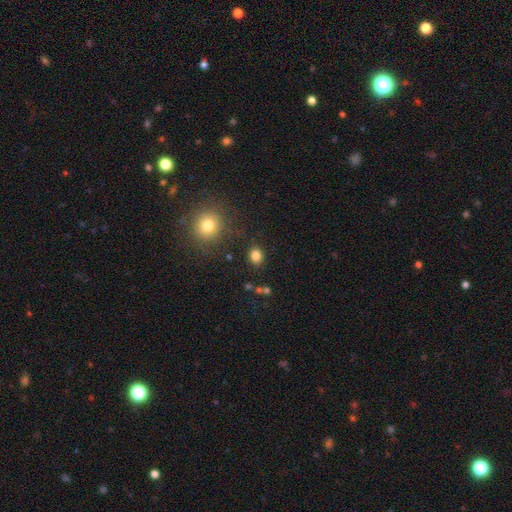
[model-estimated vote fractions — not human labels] This is clearly a smooth galaxy (82%). How rounded: likely round (65%). Merging: clearly none (86%).